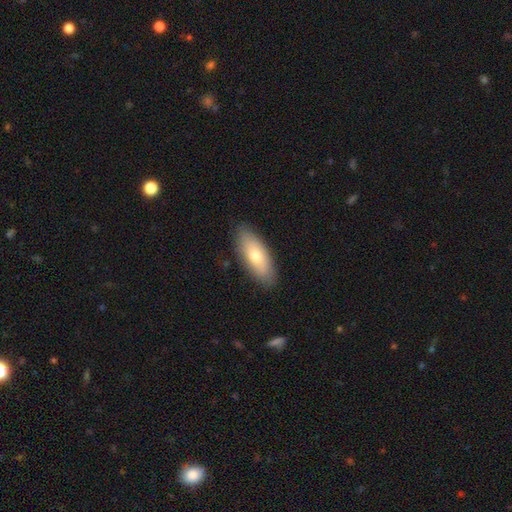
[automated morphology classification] smooth_or_featured: smooth (p=0.71) [alt: featured or disk p=0.23]
how_rounded: in between (p=0.77) [alt: cigar-shaped p=0.21]
merging: none (p=0.86) [alt: minor disturbance p=0.10]